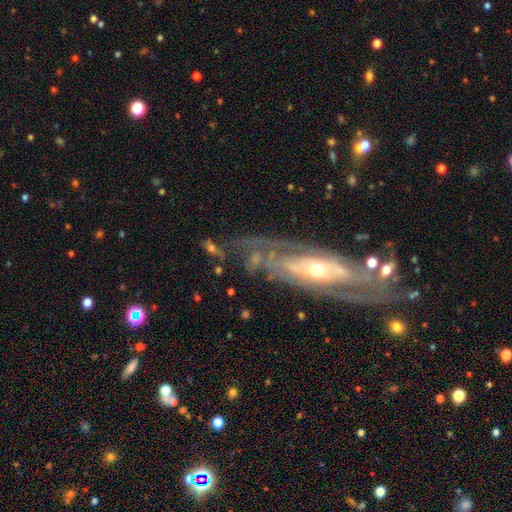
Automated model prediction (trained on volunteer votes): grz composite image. It shows a featured or disk galaxy (83%) with no bar (63%), tight (57%) spiral arms (84%) and a moderate central bulge (51%). Merging: none (63%).